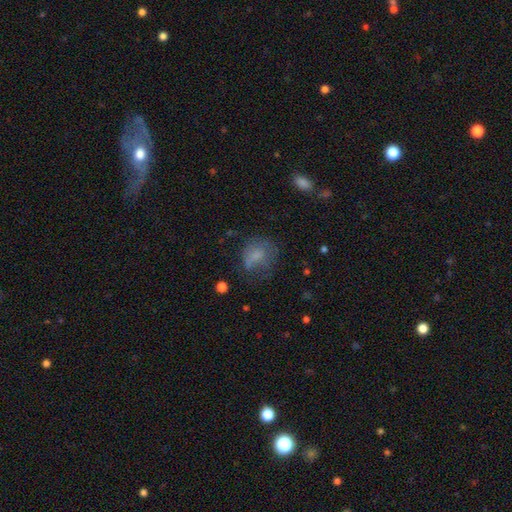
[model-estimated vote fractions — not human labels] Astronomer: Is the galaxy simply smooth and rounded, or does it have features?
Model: smooth — 63%.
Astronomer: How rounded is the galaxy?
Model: round — 56% (runner-up: in between, 43%).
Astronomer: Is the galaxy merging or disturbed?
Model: none — 44% (runner-up: major disturbance, 27%).